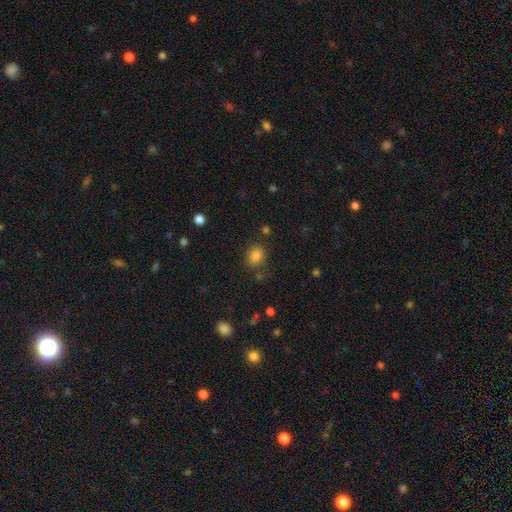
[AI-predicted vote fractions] smooth 81%, star or artifact 13%, featured or disk 6%. Down the decision tree: how rounded — round (69%); merging — none (80%).